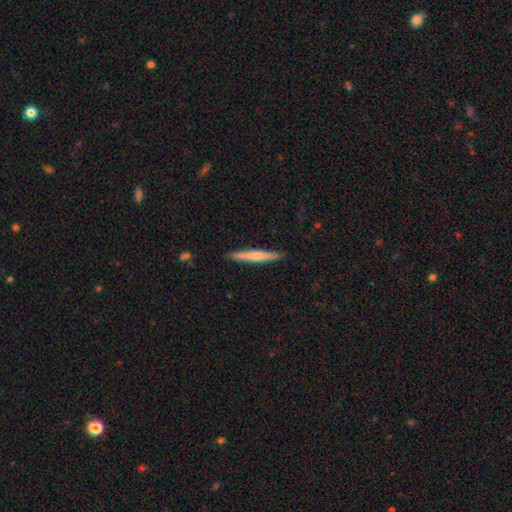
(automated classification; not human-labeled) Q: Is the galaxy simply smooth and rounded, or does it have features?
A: smooth — 58%.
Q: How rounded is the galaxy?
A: cigar-shaped — 96%.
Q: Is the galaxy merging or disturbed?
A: none — 90%.